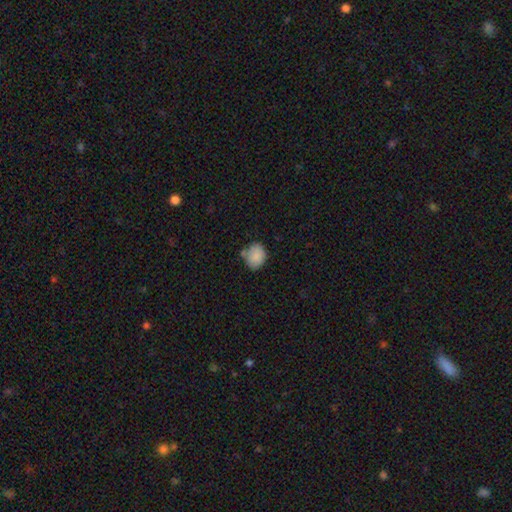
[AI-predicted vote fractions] A smooth galaxy with no disk features (86%) that is round (57%). Merging: none (63%).